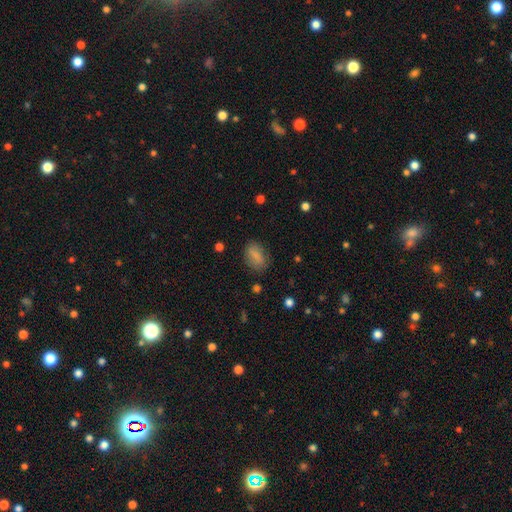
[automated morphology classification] The model was most divided on "merging": none: 79%, minor disturbance: 15%, major disturbance: 5%, merger: 2%. More confident: how rounded — in between (85%); smooth or featured — smooth (83%).